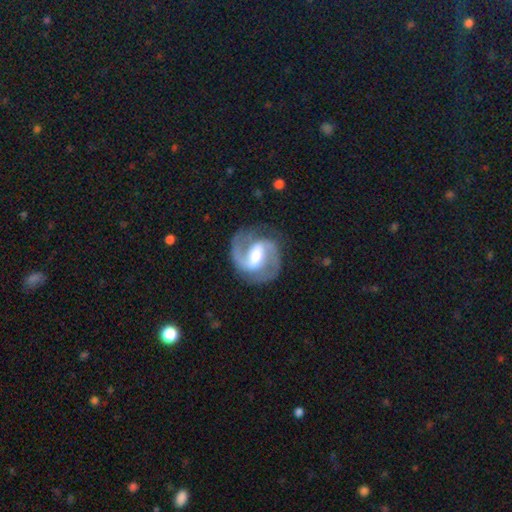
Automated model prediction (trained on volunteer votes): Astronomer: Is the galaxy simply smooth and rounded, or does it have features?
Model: featured or disk — 91%.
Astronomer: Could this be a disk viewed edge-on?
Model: no — 98%.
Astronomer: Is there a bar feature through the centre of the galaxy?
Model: weak — 44% (runner-up: strong, 40%).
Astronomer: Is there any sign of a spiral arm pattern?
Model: yes — 97%.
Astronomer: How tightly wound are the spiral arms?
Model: medium — 60%.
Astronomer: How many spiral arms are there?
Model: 2 — 92%.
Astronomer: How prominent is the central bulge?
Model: moderate — 60%.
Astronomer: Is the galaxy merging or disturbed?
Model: none — 81%.